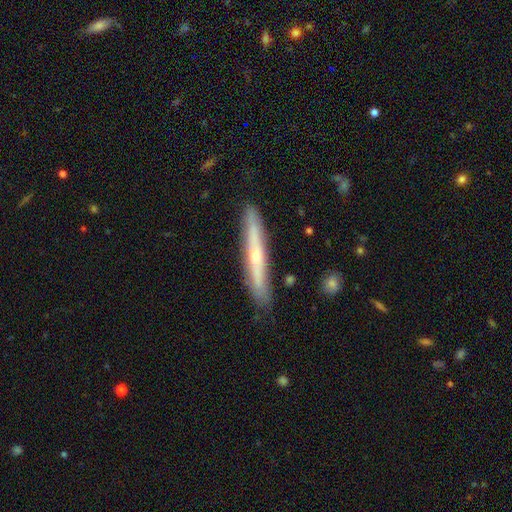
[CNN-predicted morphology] The model was most divided on "smooth or featured": featured or disk: 61%, smooth: 33%, star or artifact: 6%. More confident: edge-on disk — yes (87%); merging — none (85%); edge-on bulge — rounded (70%).